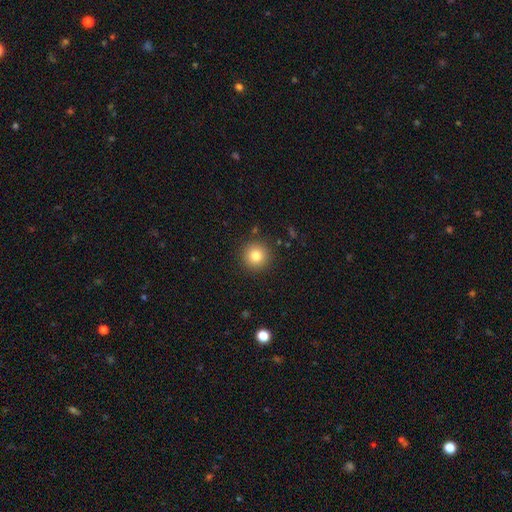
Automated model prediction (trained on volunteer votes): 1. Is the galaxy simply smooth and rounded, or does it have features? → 81% smooth, 11% star or artifact, 8% featured or disk.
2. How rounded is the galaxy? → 95% round, 4% in between, 1% cigar-shaped.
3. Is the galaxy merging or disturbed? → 90% none, 6% minor disturbance, 2% major disturbance, 2% merger.